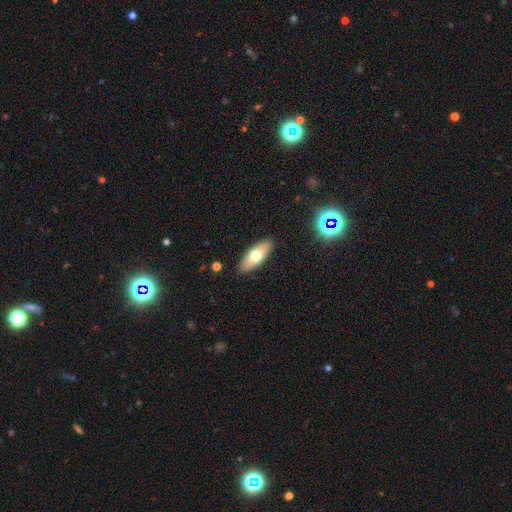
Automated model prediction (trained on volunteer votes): Morphology: type=smooth (67%); roundness=in between (75%); merging=none (89%).